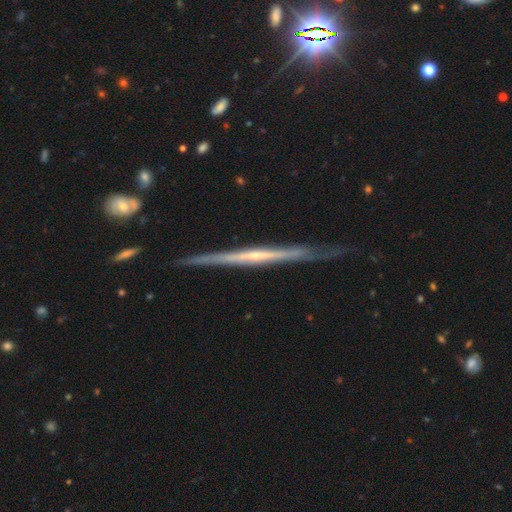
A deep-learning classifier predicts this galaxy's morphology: smooth-or-featured: featured or disk: 78% | smooth: 17% | star or artifact: 5%
  disk-edge-on: yes: 97% | no: 3%
    edge-on-bulge: none: 65% | rounded: 27% | boxy: 8%
  merging: none: 81% | minor disturbance: 14% | major disturbance: 3% | merger: 2%